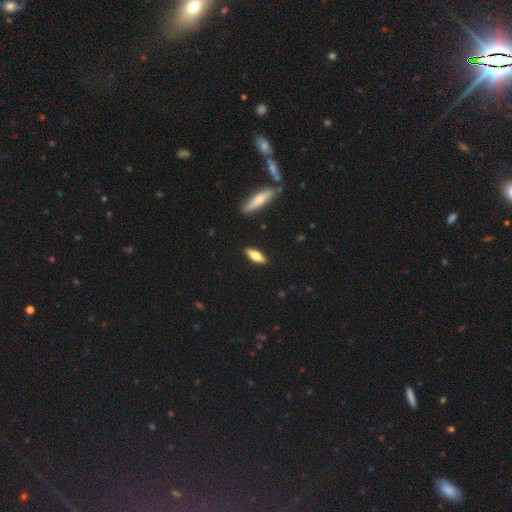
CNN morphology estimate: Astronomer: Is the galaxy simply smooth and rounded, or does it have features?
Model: smooth — 55% (runner-up: featured or disk, 39%).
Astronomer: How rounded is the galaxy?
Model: cigar-shaped — 49%, tied with in between at 49%.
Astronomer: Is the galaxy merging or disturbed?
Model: none — 89%.